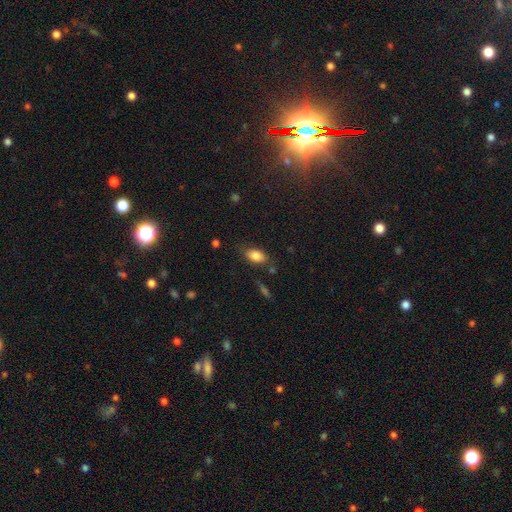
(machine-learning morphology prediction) The model was most divided on "merging": none: 76%, minor disturbance: 16%, major disturbance: 4%, merger: 3%. More confident: how rounded — in between (89%); smooth or featured — smooth (83%).